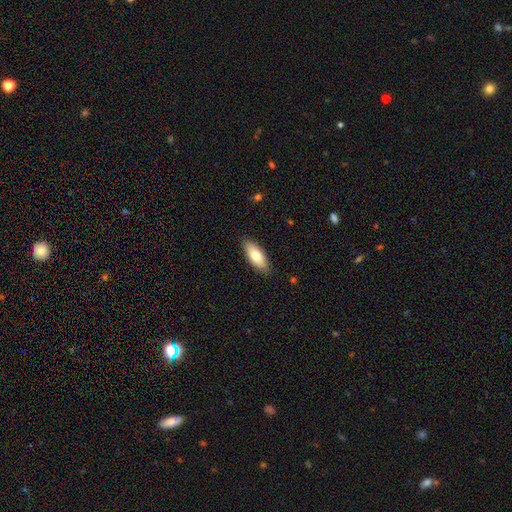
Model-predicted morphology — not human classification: Q: Smooth or featured?
A: smooth (75%); runner-up: featured or disk (19%)
Q: How rounded?
A: in between (75%); runner-up: cigar-shaped (23%)
Q: Merging?
A: none (87%); runner-up: minor disturbance (10%)